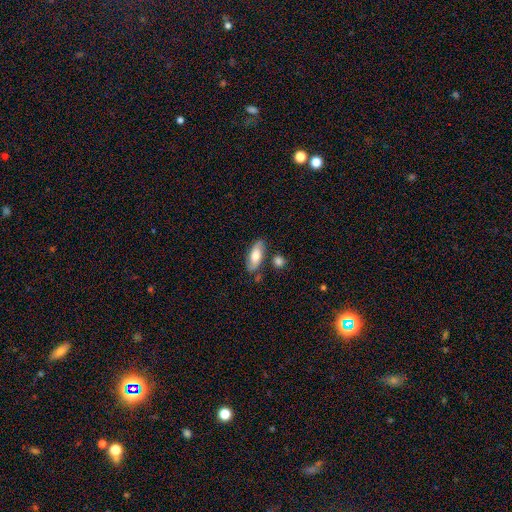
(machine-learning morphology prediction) Overall: smooth (58%; featured or disk 36%). How rounded: in between (81%). Merging: none (73%).